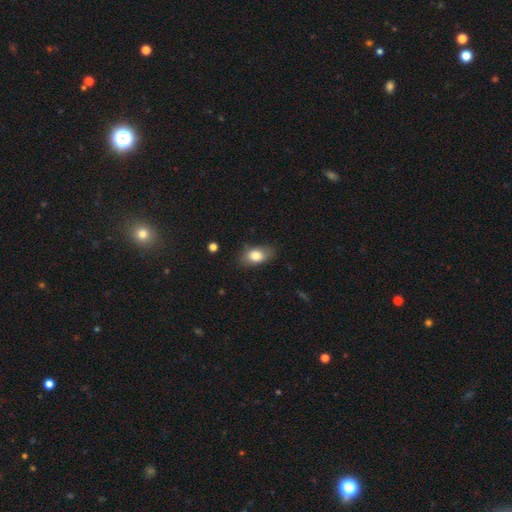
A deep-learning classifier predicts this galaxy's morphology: Q: Smooth or featured?
A: smooth (80%); runner-up: featured or disk (12%)
Q: How rounded?
A: in between (84%); runner-up: round (13%)
Q: Merging?
A: none (73%); runner-up: minor disturbance (20%)